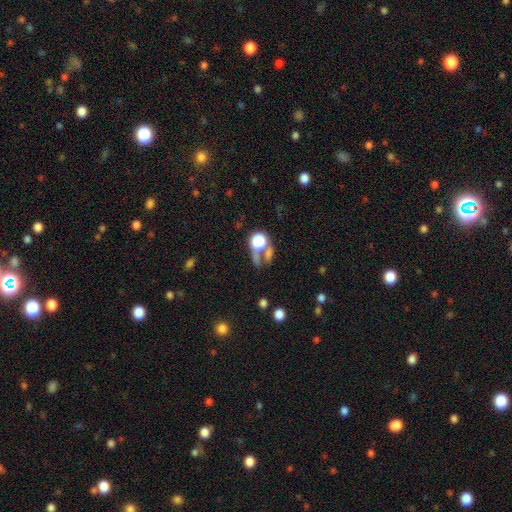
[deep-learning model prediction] star or artifact 47%, smooth 36%, featured or disk 17%.